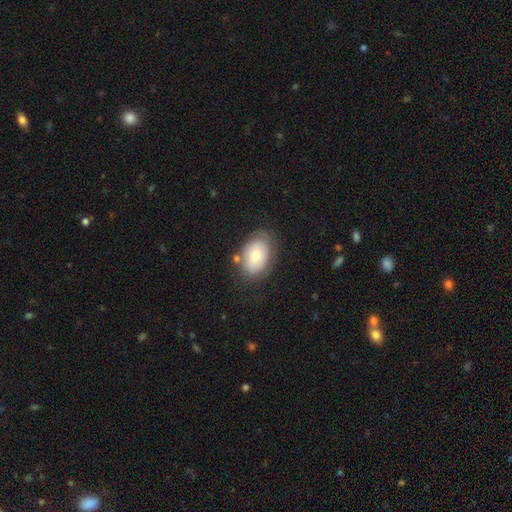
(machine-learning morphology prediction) This appears to be a smooth galaxy with no disk features (67%) that is in between round and cigar-shaped (83%). Merging: none (70%).